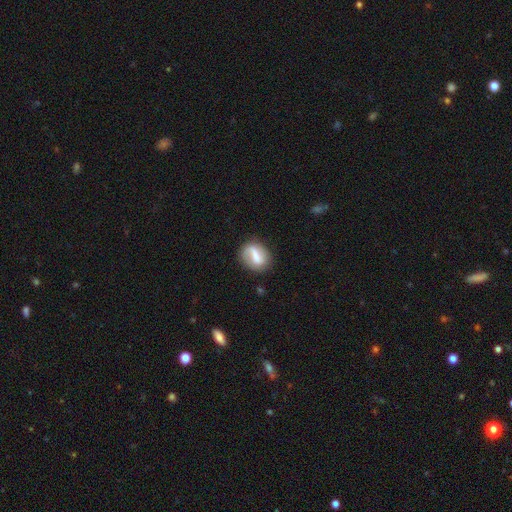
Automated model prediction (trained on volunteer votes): A smooth galaxy with no disk features (47%).

Vote fractions:
- Smooth or featured? smooth: 47% / featured or disk: 46% / star or artifact: 7%
- Merging? none: 73% / minor disturbance: 18% / major disturbance: 7% / merger: 3%